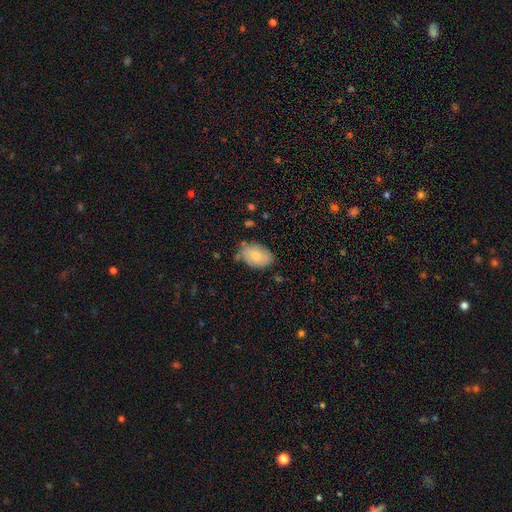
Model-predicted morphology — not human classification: Overall: smooth (77%). How rounded: in between (89%). Merging: none (70%).